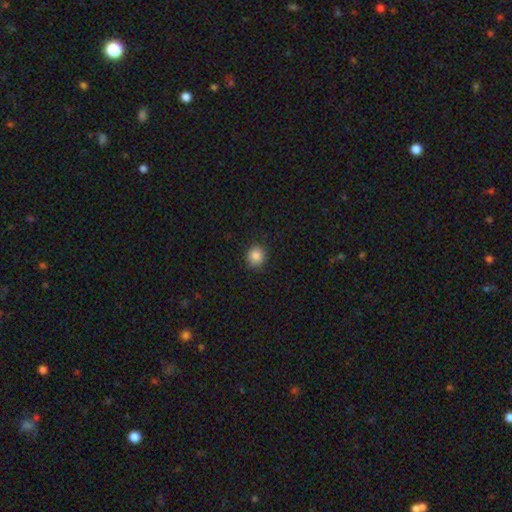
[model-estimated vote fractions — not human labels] A smooth galaxy with no disk features (87%) that is round (86%).

Vote fractions:
- Smooth or featured? smooth: 87% / star or artifact: 10% / featured or disk: 4%
- How rounded? round: 86% / in between: 13% / cigar-shaped: 1%
- Merging? none: 89% / minor disturbance: 8% / major disturbance: 2% / merger: 1%